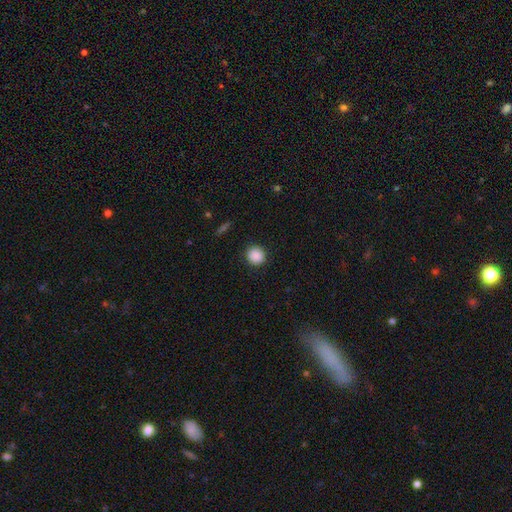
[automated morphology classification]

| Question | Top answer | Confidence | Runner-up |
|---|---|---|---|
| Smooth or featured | smooth | 89% | star or artifact (8%) |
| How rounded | round | 91% | in between (8%) |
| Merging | none | 90% | minor disturbance (7%) |